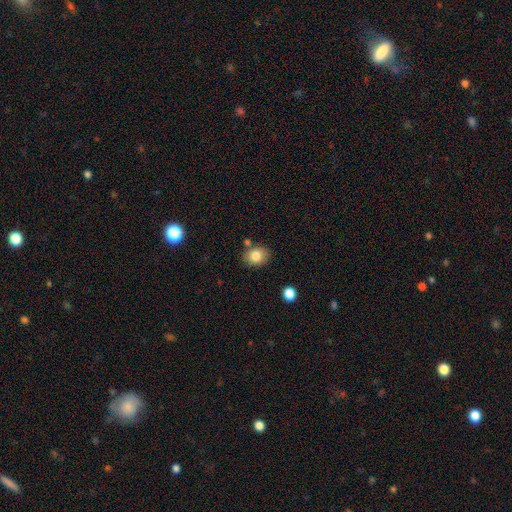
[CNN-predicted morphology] This appears to be a smooth galaxy with no disk features (82%) that is in between round and cigar-shaped (54%). Merging: none (77%).